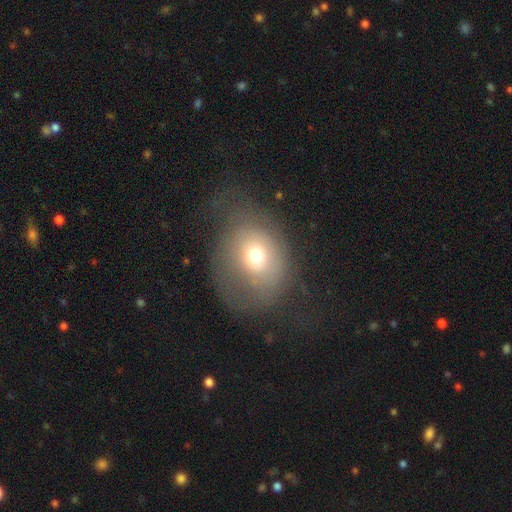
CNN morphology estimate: smooth_or_featured: smooth (p=0.60) [alt: featured or disk p=0.28]
how_rounded: round (p=0.52) [alt: in between p=0.47]
merging: none (p=0.42) [alt: major disturbance p=0.32]